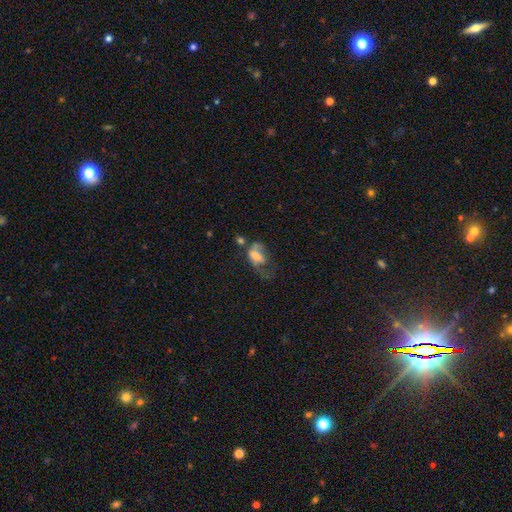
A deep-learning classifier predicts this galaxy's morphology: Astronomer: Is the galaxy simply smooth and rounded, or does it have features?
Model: smooth — 49% (runner-up: featured or disk, 39%).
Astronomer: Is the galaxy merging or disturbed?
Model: major disturbance — 50%.